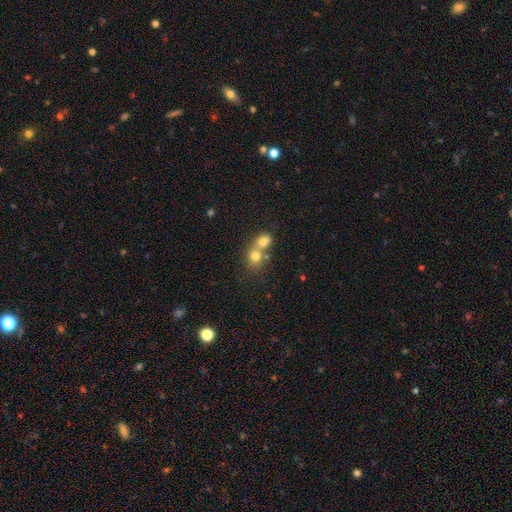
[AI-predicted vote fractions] smooth_or_featured: smooth (p=0.72) [alt: featured or disk p=0.15]
how_rounded: round (p=0.73) [alt: in between p=0.26]
merging: merger (p=0.64) [alt: none p=0.28]